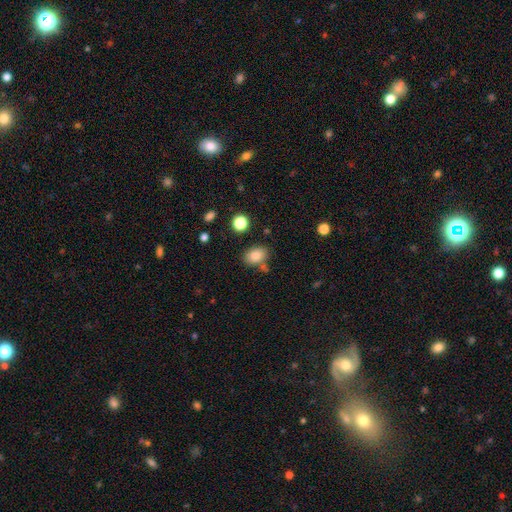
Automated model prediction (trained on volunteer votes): A smooth galaxy with no disk features (84%) that is in between round and cigar-shaped (78%). Merging: none (71%).